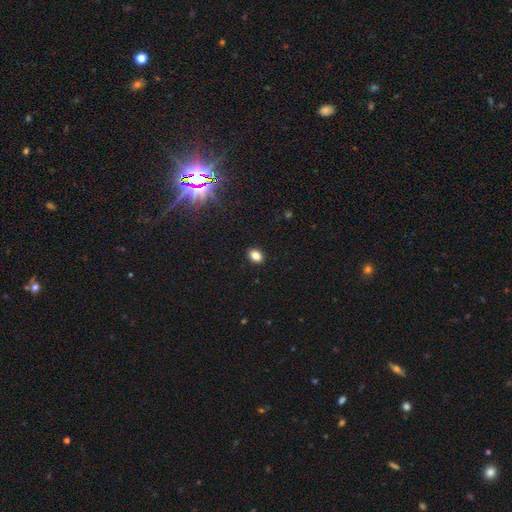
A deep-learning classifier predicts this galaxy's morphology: Q: Smooth or featured?
A: smooth (83%); runner-up: star or artifact (11%)
Q: How rounded?
A: in between (72%); runner-up: round (27%)
Q: Merging?
A: none (91%); runner-up: minor disturbance (7%)